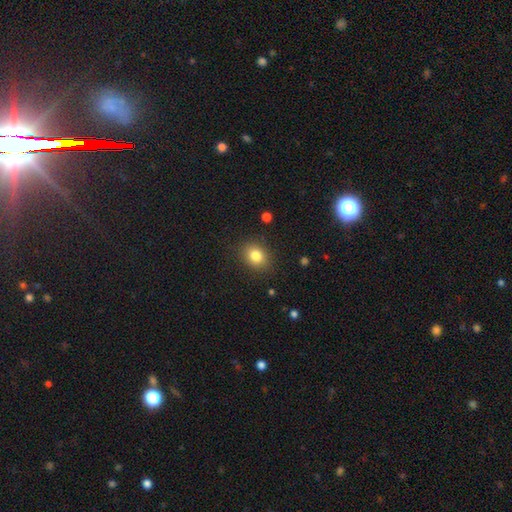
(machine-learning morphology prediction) Q: Smooth or featured?
A: smooth (82%); runner-up: star or artifact (11%)
Q: How rounded?
A: round (54%); runner-up: in between (45%)
Q: Merging?
A: none (86%); runner-up: minor disturbance (9%)